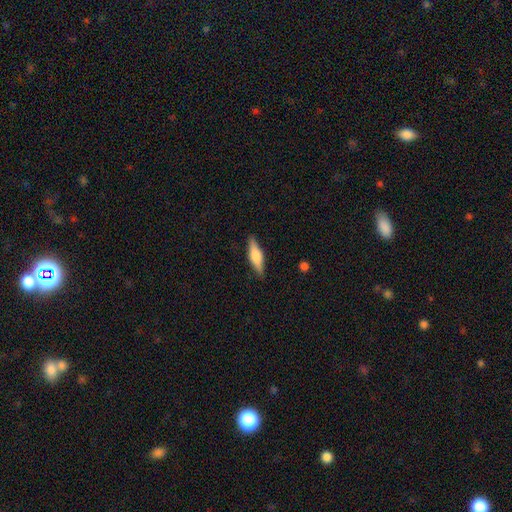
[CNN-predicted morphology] The model was most divided on "smooth or featured": smooth: 51%, featured or disk: 43%, star or artifact: 6%. More confident: merging — none (87%); how rounded — cigar-shaped (58%).